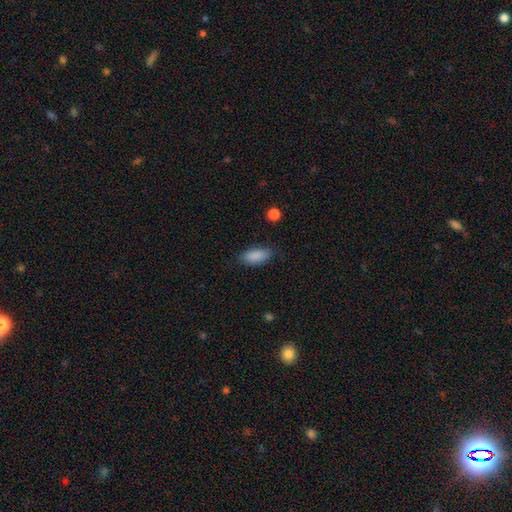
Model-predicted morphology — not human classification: A smooth galaxy with no disk features (88%) that is in between round and cigar-shaped (85%).

Vote fractions:
- Smooth or featured? smooth: 88% / star or artifact: 7% / featured or disk: 5%
- How rounded? in between: 85% / cigar-shaped: 13% / round: 2%
- Merging? none: 83% / minor disturbance: 12% / major disturbance: 3% / merger: 1%